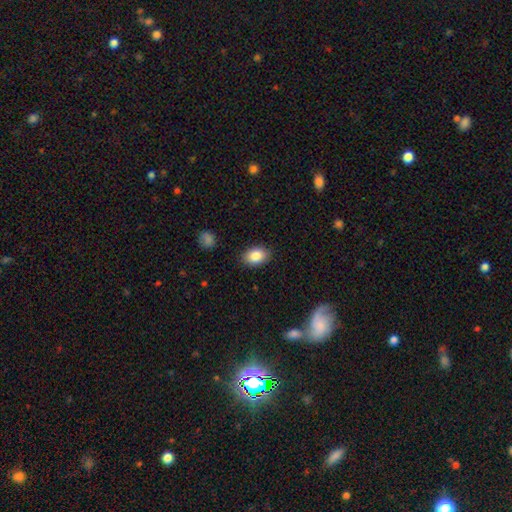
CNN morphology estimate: A smooth galaxy with no disk features (85%) that is in between round and cigar-shaped (84%). Merging: none (86%).